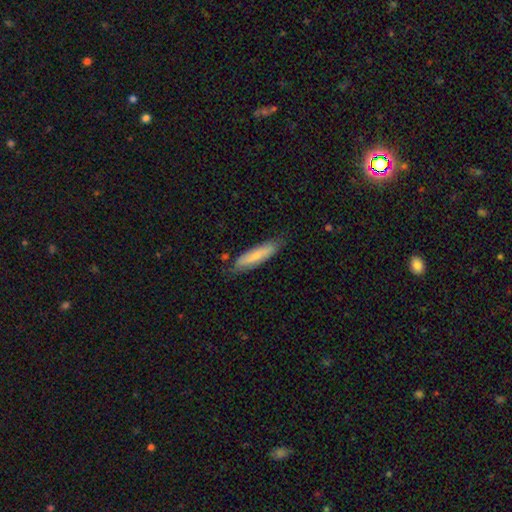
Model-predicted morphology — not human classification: Q: Smooth or featured?
A: smooth (68%); runner-up: featured or disk (27%)
Q: How rounded?
A: cigar-shaped (71%); runner-up: in between (27%)
Q: Merging?
A: none (78%); runner-up: minor disturbance (18%)